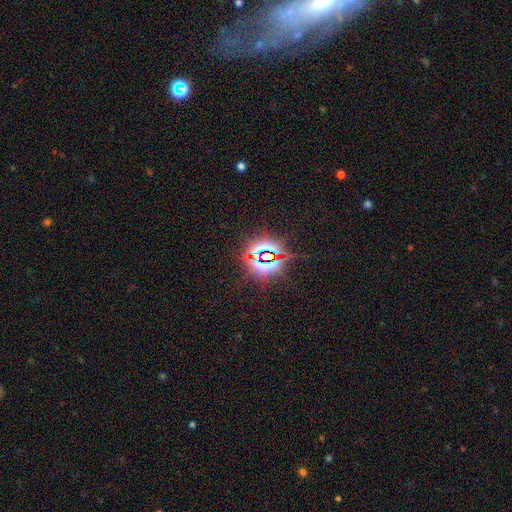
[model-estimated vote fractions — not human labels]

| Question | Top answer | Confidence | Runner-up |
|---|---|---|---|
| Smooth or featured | star or artifact | 82% | smooth (11%) |